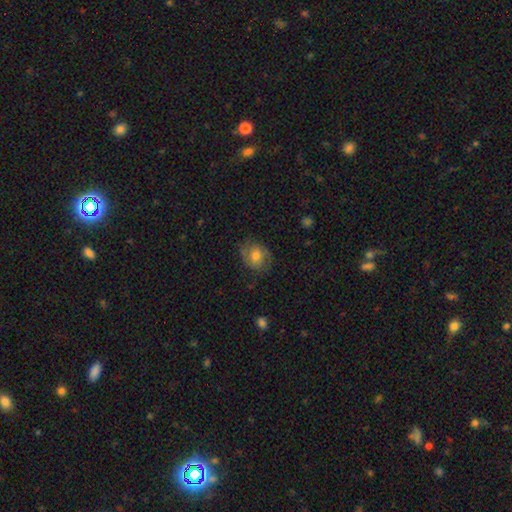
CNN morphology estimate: smooth 51%, featured or disk 41%, star or artifact 8%. Down the decision tree: how rounded — round (58%); merging — none (71%).